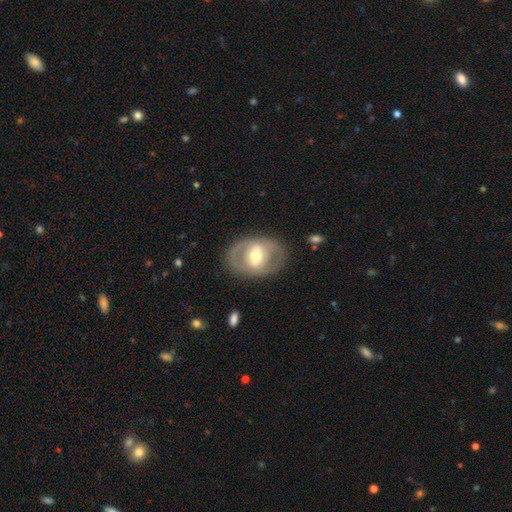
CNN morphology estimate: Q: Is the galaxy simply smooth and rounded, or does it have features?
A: featured or disk — 64%.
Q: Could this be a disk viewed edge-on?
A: no — 93%.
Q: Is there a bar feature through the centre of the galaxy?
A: weak — 40%.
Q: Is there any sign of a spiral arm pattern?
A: no — 57%.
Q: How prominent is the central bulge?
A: moderate — 67%.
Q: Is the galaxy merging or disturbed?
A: none — 78%.